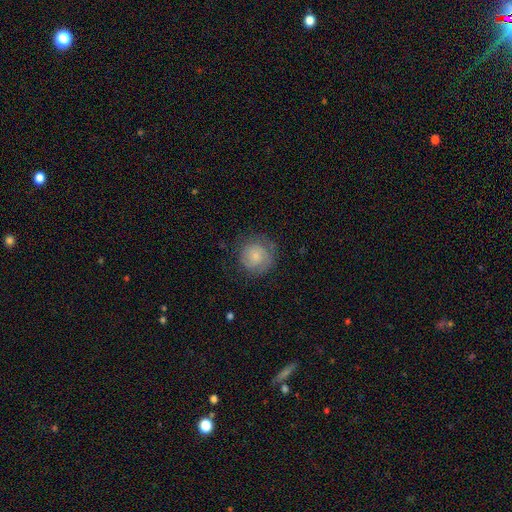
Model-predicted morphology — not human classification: This appears to be a smooth galaxy with no disk features (65%) that is round (92%). Merging: none (73%).